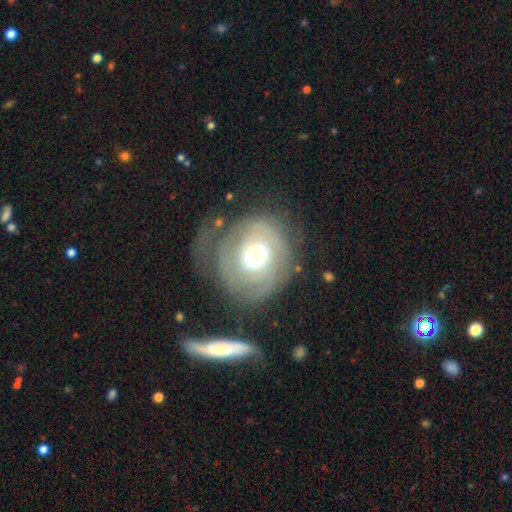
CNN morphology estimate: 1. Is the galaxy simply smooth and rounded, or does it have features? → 73% featured or disk, 21% smooth, 6% star or artifact.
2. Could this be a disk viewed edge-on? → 96% no, 4% yes.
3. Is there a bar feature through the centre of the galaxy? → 62% no, 30% weak, 9% strong.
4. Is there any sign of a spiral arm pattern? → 81% yes, 19% no.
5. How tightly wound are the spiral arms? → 68% tight, 23% medium, 9% loose.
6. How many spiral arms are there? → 41% can't tell, 32% 2, 10% 1, 9% 3, 4% 4, 3% more than 4.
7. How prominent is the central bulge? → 62% moderate, 25% large, 9% small, 2% dominant, 1% none.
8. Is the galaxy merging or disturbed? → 49% none, 23% minor disturbance, 22% major disturbance, 6% merger.